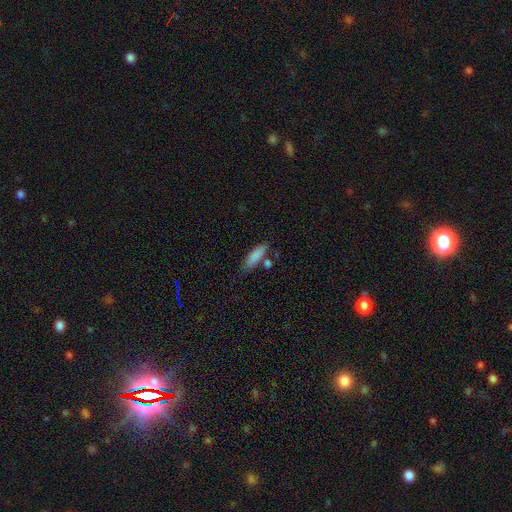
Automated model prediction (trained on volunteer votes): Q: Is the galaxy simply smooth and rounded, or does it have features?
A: smooth — 85%.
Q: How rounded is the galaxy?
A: in between — 52%.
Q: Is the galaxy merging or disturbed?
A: none — 67%.